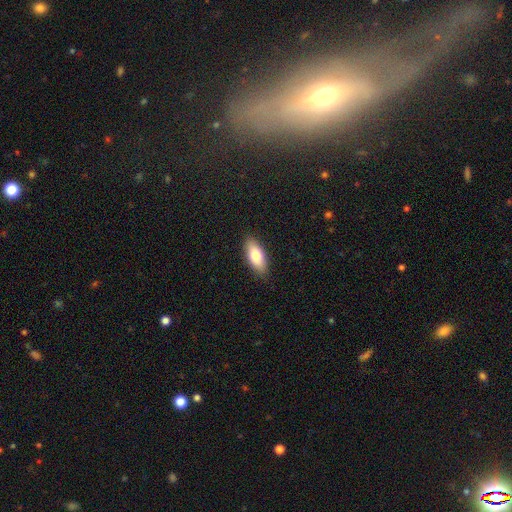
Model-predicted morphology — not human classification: Smooth or featured? Predicted: smooth (p=0.78). How rounded? Predicted: in between (p=0.83). Merging? Predicted: none (p=0.88).